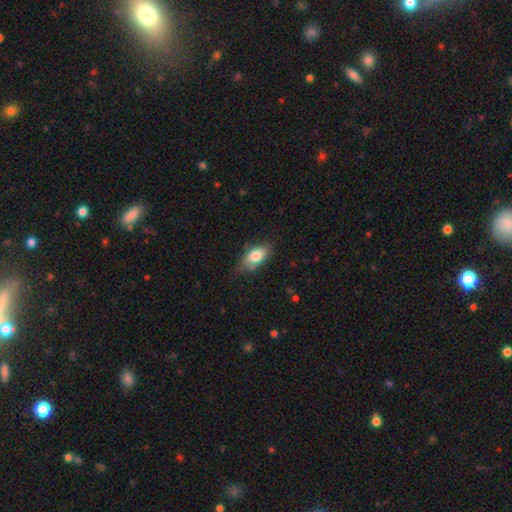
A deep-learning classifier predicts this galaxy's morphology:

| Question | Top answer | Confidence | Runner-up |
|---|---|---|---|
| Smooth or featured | smooth | 79% | featured or disk (14%) |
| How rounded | in between | 87% | cigar-shaped (6%) |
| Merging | none | 68% | minor disturbance (25%) |